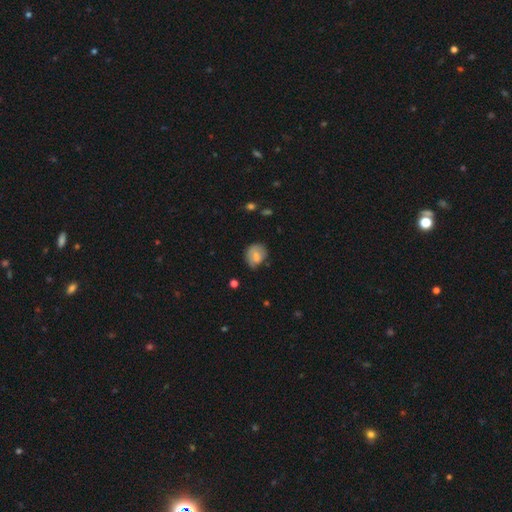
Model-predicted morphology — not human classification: Smooth or featured? Predicted: smooth (p=0.68). How rounded? Predicted: round (p=0.62). Merging? Predicted: none (p=0.53).